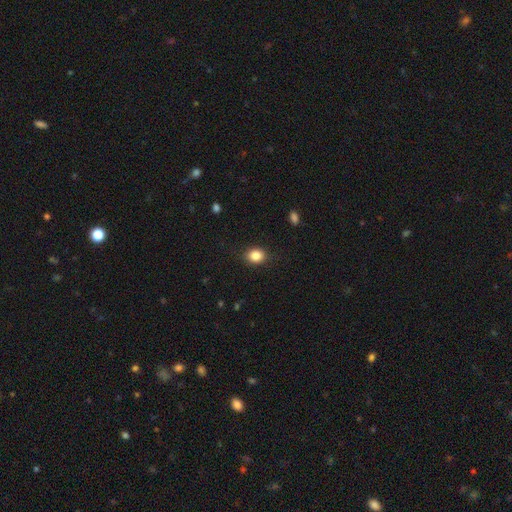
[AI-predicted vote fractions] Q: Smooth or featured?
A: smooth (85%); runner-up: star or artifact (10%)
Q: How rounded?
A: round (54%); runner-up: in between (45%)
Q: Merging?
A: none (86%); runner-up: minor disturbance (10%)